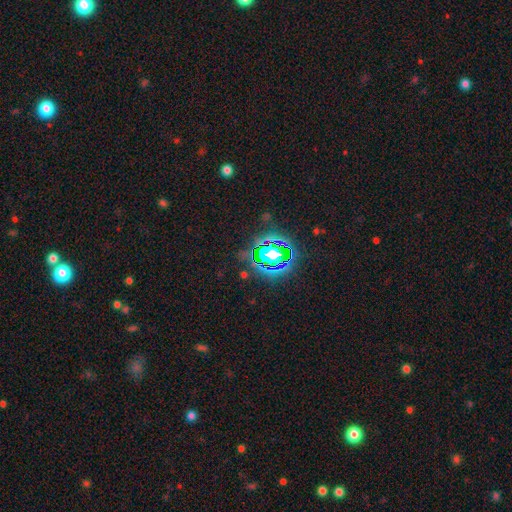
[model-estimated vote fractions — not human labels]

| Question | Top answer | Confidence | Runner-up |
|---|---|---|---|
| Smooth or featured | star or artifact | 82% | smooth (11%) |